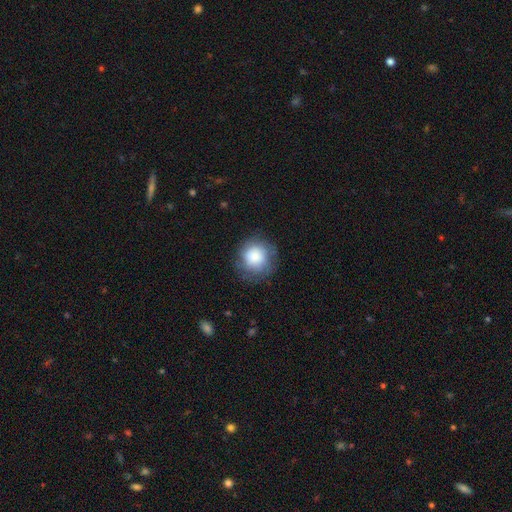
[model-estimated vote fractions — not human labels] smooth-or-featured: smooth: 78% | featured or disk: 14% | star or artifact: 8%
  how-rounded: round: 91% | in between: 8% | cigar-shaped: 1%
  merging: none: 76% | minor disturbance: 16% | major disturbance: 7% | merger: 1%